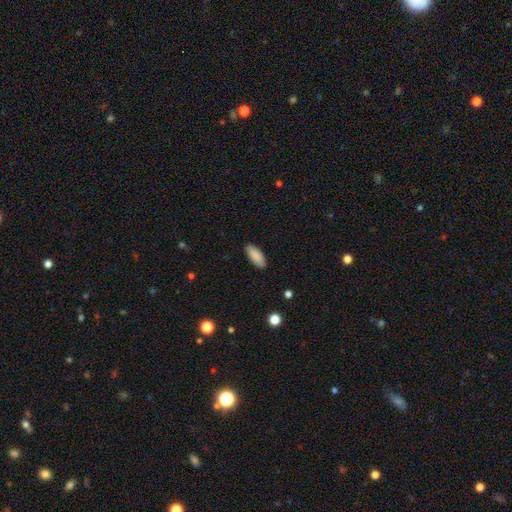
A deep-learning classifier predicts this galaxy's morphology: Smooth or featured?
  - smooth: 89% *
  - star or artifact: 6%
  - featured or disk: 5%
How rounded?
  - in between: 83% *
  - cigar-shaped: 16%
  - round: 2%
Merging?
  - none: 88% *
  - minor disturbance: 9%
  - major disturbance: 2%
  - merger: 1%